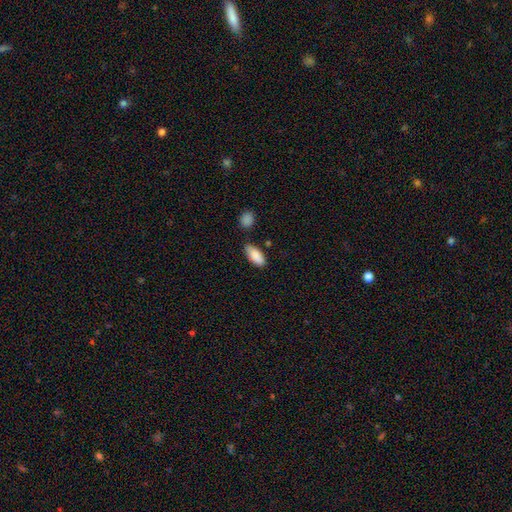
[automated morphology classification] The model was most divided on "merging": none: 73%, minor disturbance: 17%, merger: 6%, major disturbance: 4%. More confident: smooth or featured — smooth (88%); how rounded — in between (86%).